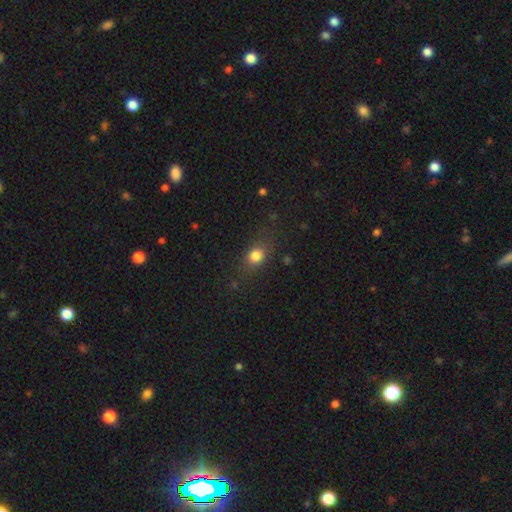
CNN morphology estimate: This is likely a smooth galaxy (80%). How rounded: possibly in between (50%). Merging: likely none (77%).